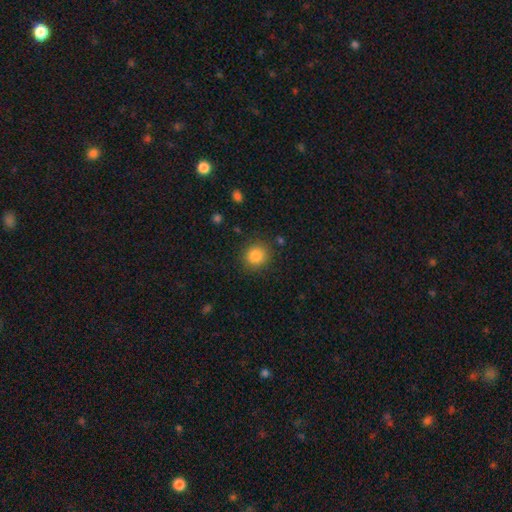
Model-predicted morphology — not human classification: The model was most divided on "how rounded": round: 84%, in between: 15%, cigar-shaped: 1%. More confident: merging — none (87%); smooth or featured — smooth (85%).